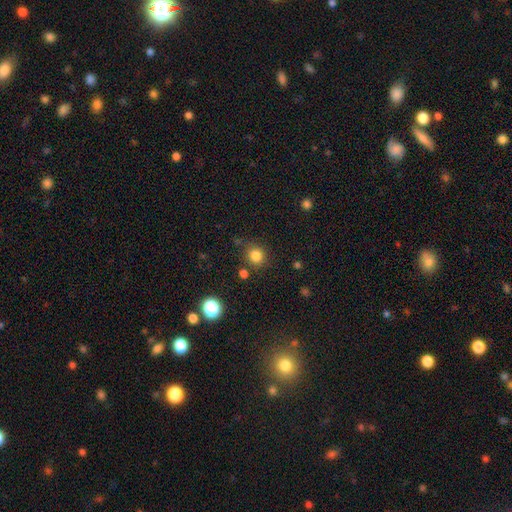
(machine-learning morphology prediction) This appears to be a smooth galaxy with no disk features (82%) that is round (89%). Merging: none (82%).